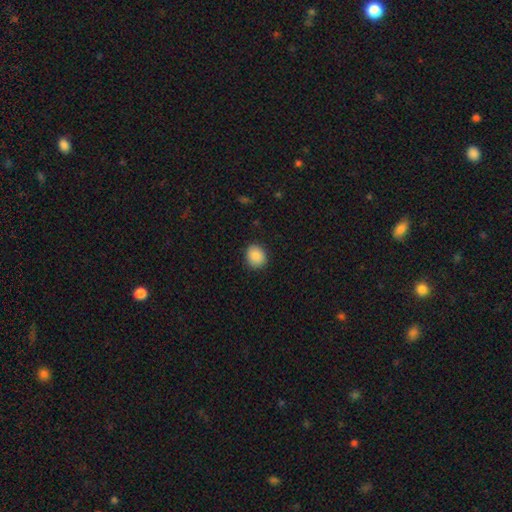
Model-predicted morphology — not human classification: smooth-or-featured: smooth: 89% | star or artifact: 8% | featured or disk: 3%
  how-rounded: round: 69% | in between: 30% | cigar-shaped: 1%
  merging: none: 88% | minor disturbance: 9% | major disturbance: 2% | merger: 1%